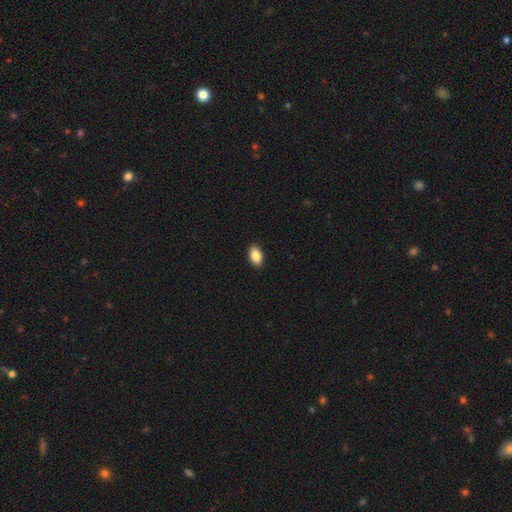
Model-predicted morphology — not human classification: The model was most divided on "smooth or featured": smooth: 87%, star or artifact: 7%, featured or disk: 5%. More confident: how rounded — in between (92%); merging — none (91%).